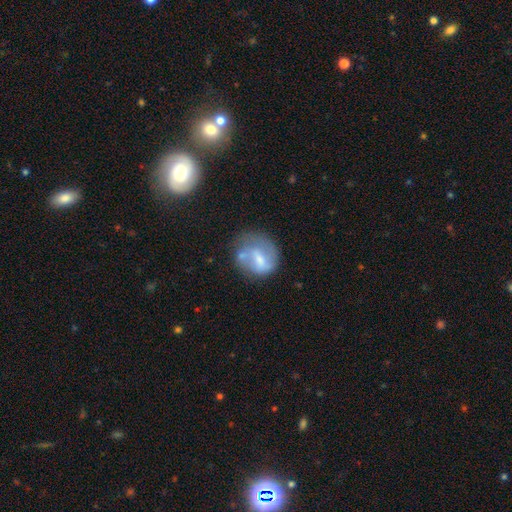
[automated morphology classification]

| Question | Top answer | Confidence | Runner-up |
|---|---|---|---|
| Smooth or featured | featured or disk | 59% | smooth (29%) |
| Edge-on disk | no | 97% | yes (3%) |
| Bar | weak | 48% | no (32%) |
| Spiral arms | yes | 72% | no (28%) |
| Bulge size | small | 44% | moderate (38%) |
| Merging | none | 58% | minor disturbance (20%) |